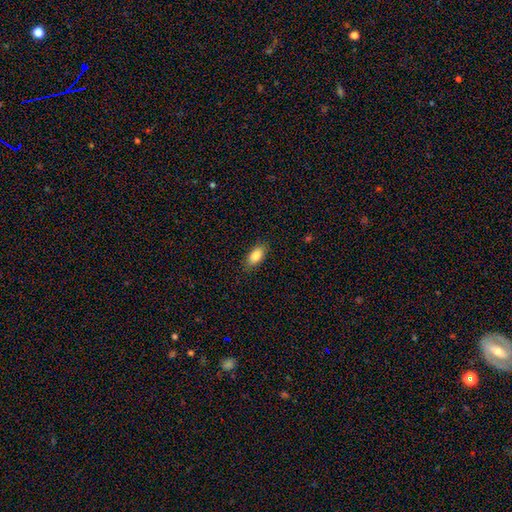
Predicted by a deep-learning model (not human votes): Smooth or featured: smooth — 86% (star or artifact — 7%)
How rounded: in between — 90% (cigar-shaped — 7%)
Merging: none — 86% (minor disturbance — 10%)